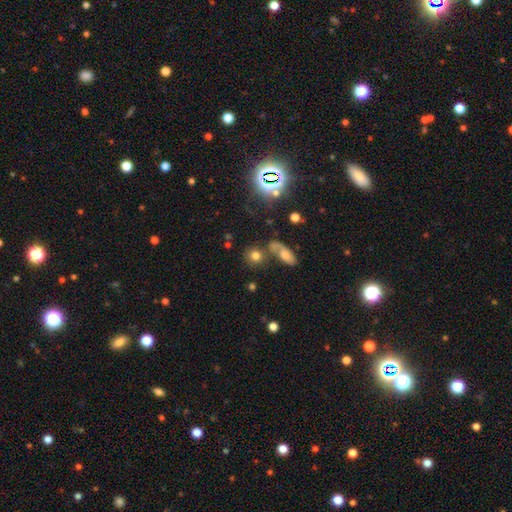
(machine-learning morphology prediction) Overall: smooth (70%). How rounded: round (81%). Merging: none (62%).